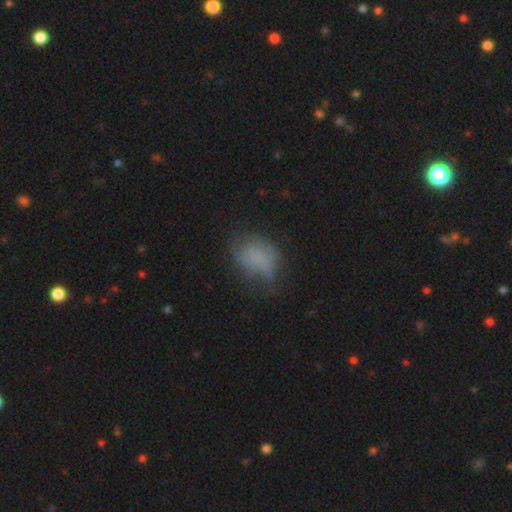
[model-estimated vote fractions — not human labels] This appears to be a smooth galaxy with no disk features (68%) that is in between round and cigar-shaped (62%). Merging: none (50%).